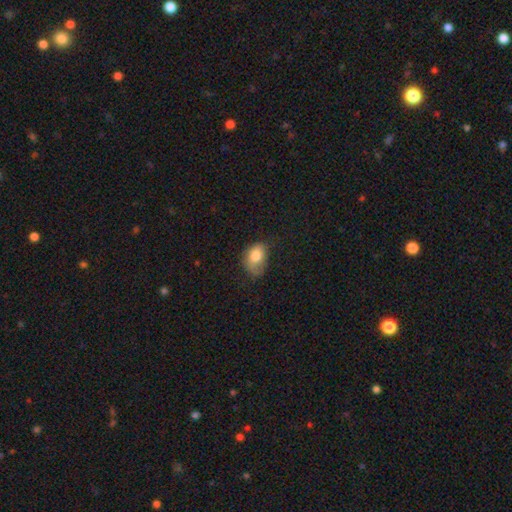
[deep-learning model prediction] A smooth galaxy with no disk features (78%) that is in between round and cigar-shaped (76%). Merging: minor disturbance (41%).